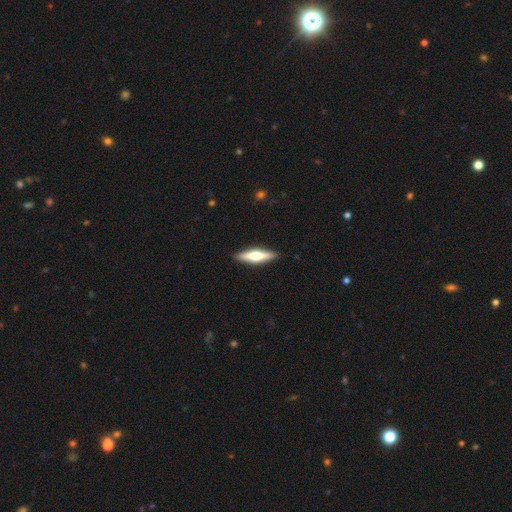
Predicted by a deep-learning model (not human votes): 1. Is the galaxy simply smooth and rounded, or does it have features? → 59% featured or disk, 36% smooth, 5% star or artifact.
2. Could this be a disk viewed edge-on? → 96% yes, 4% no.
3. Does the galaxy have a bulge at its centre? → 91% rounded, 6% boxy, 3% none.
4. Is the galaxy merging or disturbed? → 91% none, 7% minor disturbance, 1% major disturbance, 1% merger.